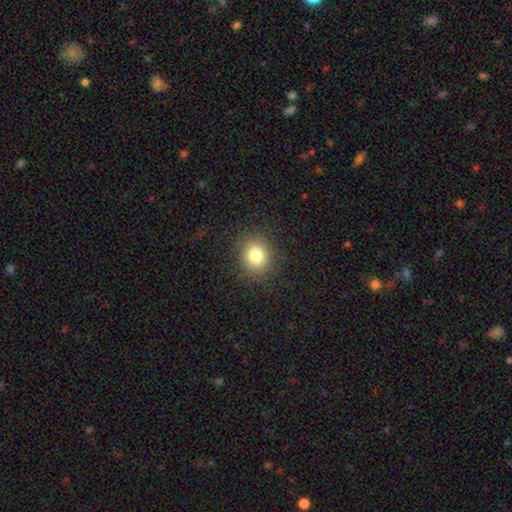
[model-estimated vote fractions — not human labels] Smooth or featured? Predicted: smooth (p=0.80). How rounded? Predicted: round (p=0.77). Merging? Predicted: none (p=0.88).